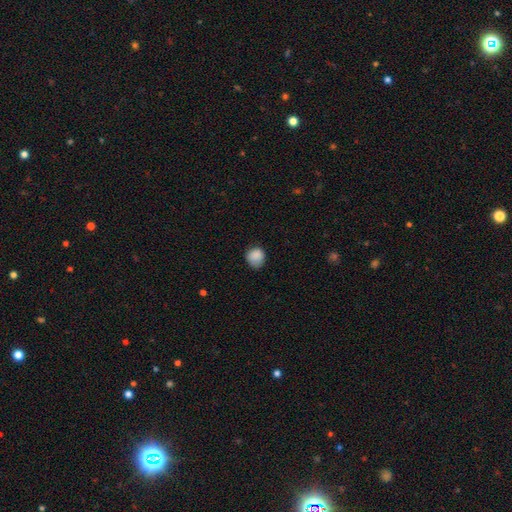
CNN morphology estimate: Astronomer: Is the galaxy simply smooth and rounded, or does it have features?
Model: smooth — 87%.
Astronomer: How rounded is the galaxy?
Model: round — 76%.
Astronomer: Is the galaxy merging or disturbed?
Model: none — 66%.